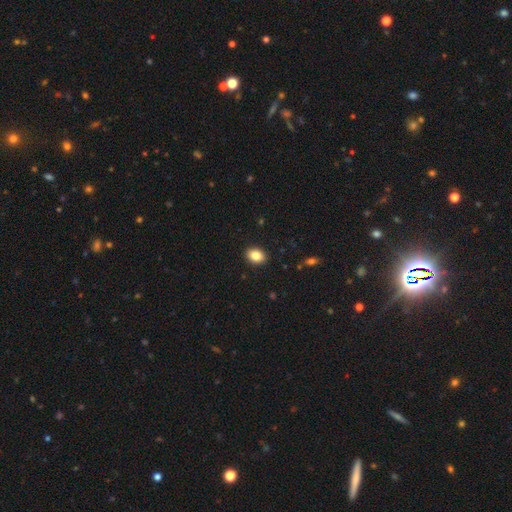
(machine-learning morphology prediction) Smooth or featured?
  - smooth: 86% *
  - star or artifact: 8%
  - featured or disk: 6%
How rounded?
  - in between: 74% *
  - round: 25%
  - cigar-shaped: 1%
Merging?
  - none: 91% *
  - minor disturbance: 7%
  - major disturbance: 2%
  - merger: 1%